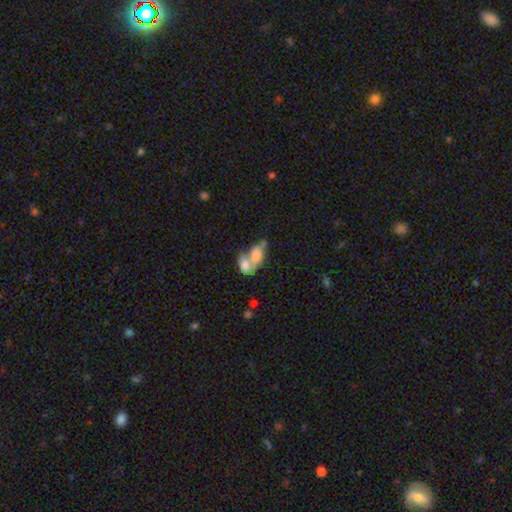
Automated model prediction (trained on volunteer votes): Smooth or featured? Predicted: smooth (p=0.71). How rounded? Predicted: in between (p=0.85). Merging? Predicted: merger (p=0.75).